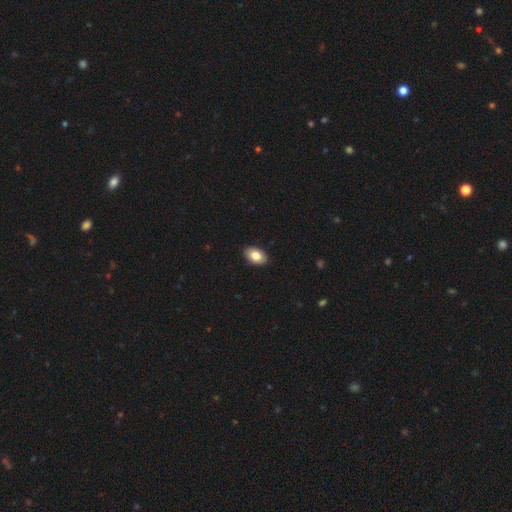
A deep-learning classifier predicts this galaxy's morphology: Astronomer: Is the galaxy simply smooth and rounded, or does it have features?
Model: smooth — 83%.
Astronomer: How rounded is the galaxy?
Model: in between — 90%.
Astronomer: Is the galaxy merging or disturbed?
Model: none — 90%.